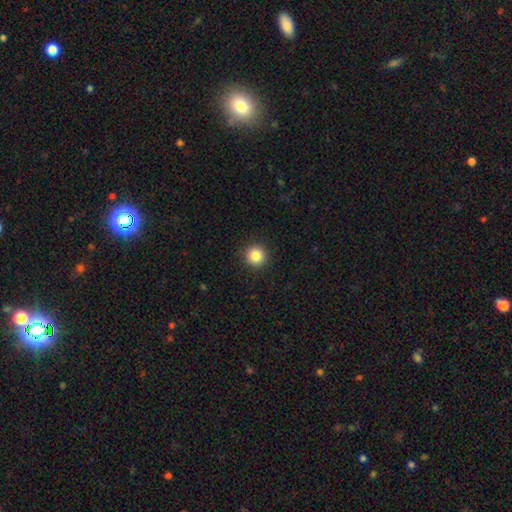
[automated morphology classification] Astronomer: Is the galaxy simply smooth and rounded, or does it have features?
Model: smooth — 85%.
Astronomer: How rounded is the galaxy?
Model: round — 96%.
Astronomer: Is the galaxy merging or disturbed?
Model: none — 93%.